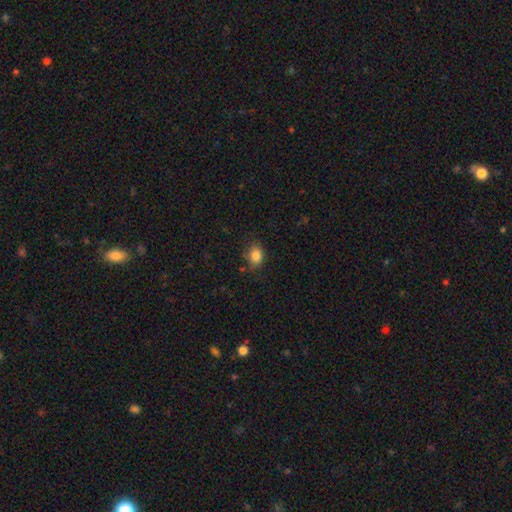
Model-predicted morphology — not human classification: Overall: smooth (84%). How rounded: in between (59%; round 39%). Merging: none (74%).